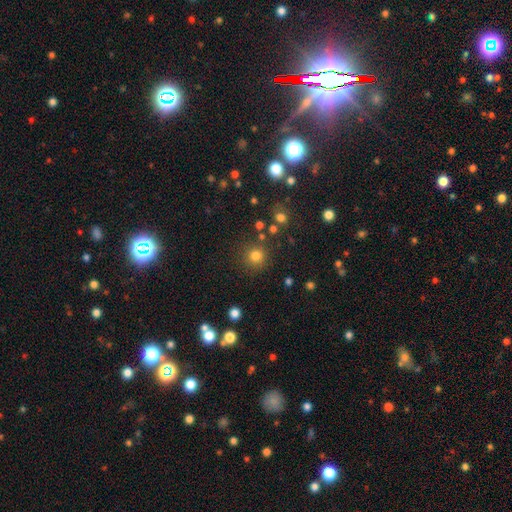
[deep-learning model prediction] smooth_or_featured: smooth (p=0.79) [alt: star or artifact p=0.15]
how_rounded: round (p=0.94) [alt: in between p=0.05]
merging: none (p=0.84) [alt: minor disturbance p=0.08]